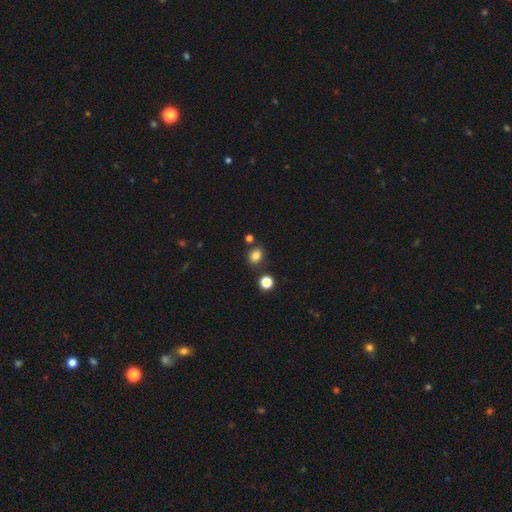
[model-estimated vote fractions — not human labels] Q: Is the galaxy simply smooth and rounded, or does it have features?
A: smooth — 82%.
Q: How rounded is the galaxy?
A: round — 51%.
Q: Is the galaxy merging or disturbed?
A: none — 79%.